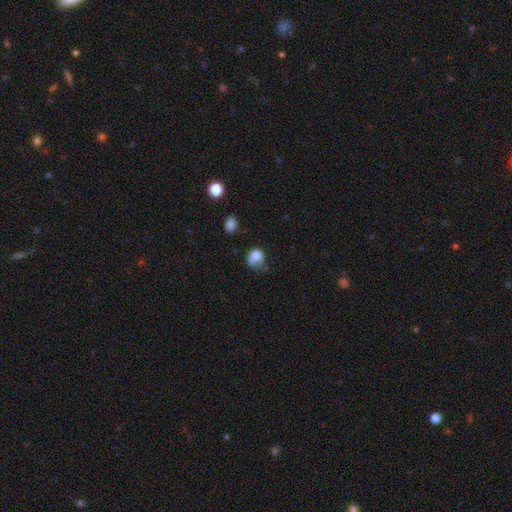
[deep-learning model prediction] Smooth or featured: smooth — 76% (featured or disk — 14%)
How rounded: round — 58% (in between — 41%)
Merging: minor disturbance — 35% (none — 32%)